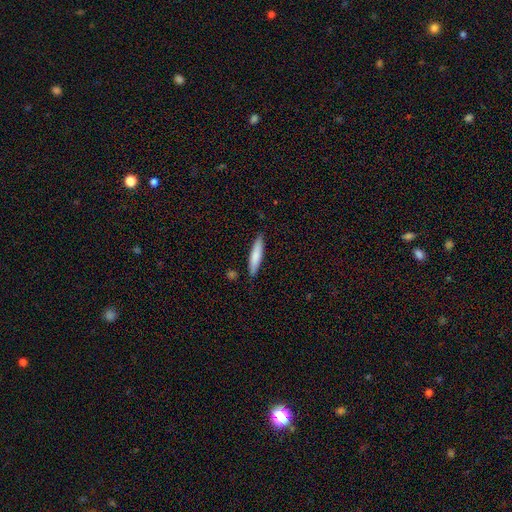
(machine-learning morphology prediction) Q: Smooth or featured?
A: smooth (78%); runner-up: featured or disk (16%)
Q: How rounded?
A: cigar-shaped (84%); runner-up: in between (15%)
Q: Merging?
A: none (86%); runner-up: minor disturbance (10%)